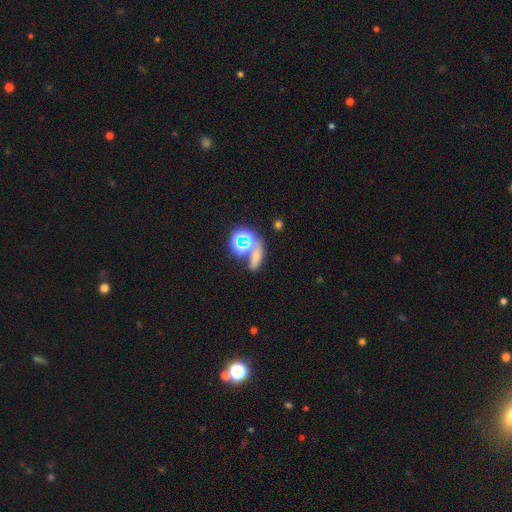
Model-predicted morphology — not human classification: smooth_or_featured: smooth (p=0.50) [alt: star or artifact p=0.36]
merging: none (p=0.49) [alt: merger p=0.29]